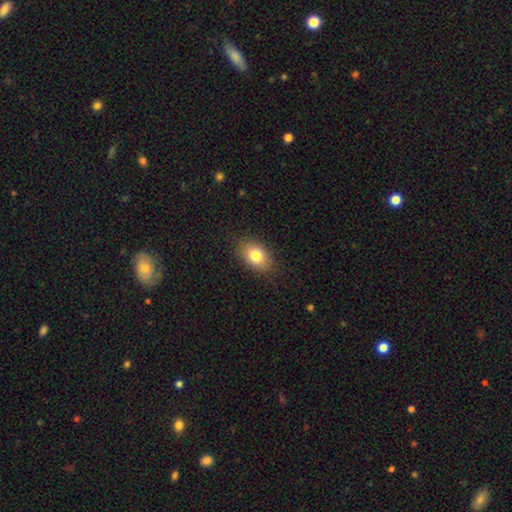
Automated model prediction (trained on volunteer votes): smooth 80%, featured or disk 11%, star or artifact 9%. Down the decision tree: how rounded — in between (82%); merging — none (86%).